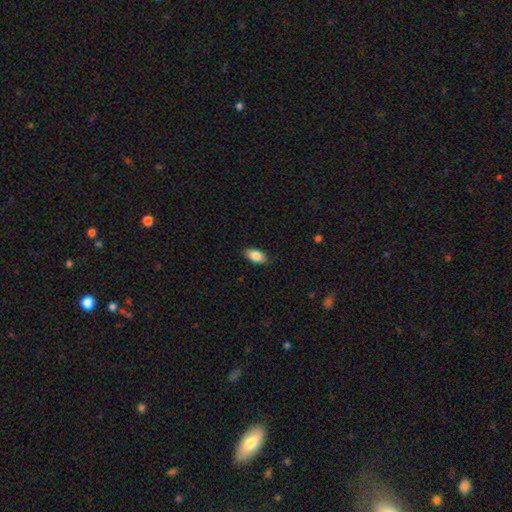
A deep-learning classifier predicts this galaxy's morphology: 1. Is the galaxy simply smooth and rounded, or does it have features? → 86% smooth, 7% featured or disk, 7% star or artifact.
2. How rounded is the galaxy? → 92% in between, 4% cigar-shaped, 3% round.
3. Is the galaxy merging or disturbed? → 86% none, 11% minor disturbance, 2% major disturbance, 1% merger.